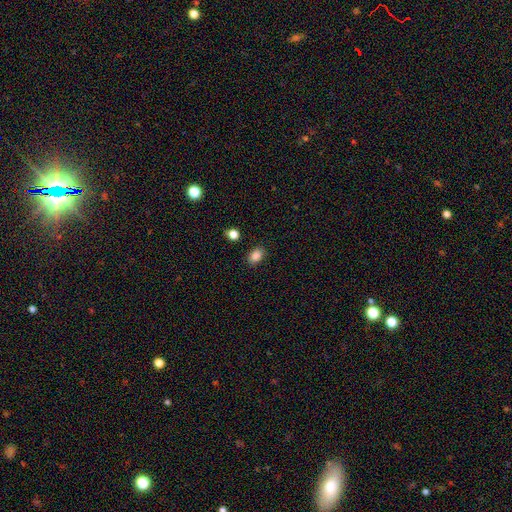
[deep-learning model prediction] Smooth or featured?
  - smooth: 85% *
  - star or artifact: 10%
  - featured or disk: 5%
How rounded?
  - in between: 76% *
  - round: 23%
  - cigar-shaped: 1%
Merging?
  - none: 87% *
  - minor disturbance: 9%
  - major disturbance: 2%
  - merger: 2%